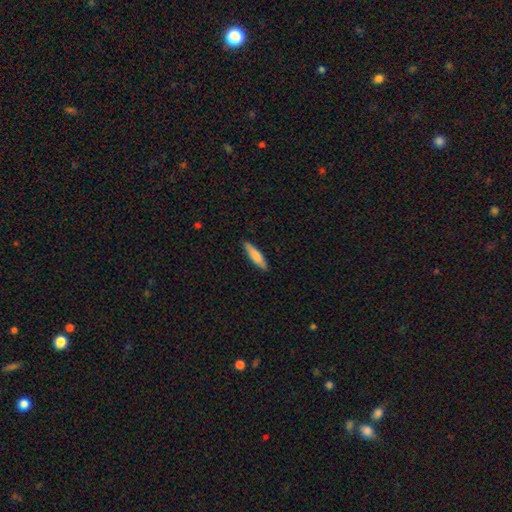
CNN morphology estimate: type=smooth (77%); roundness=cigar-shaped (80%); merging=none (89%).